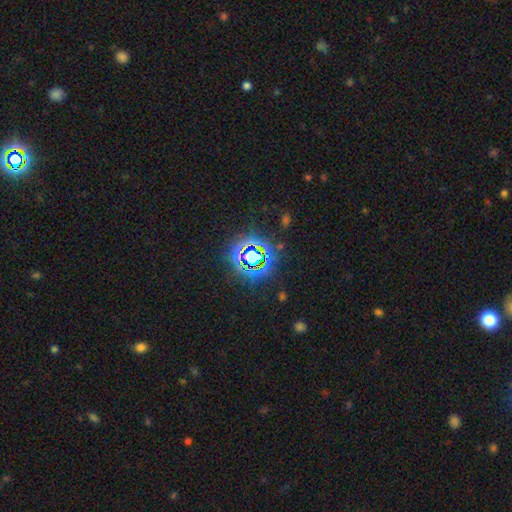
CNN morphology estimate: Smooth or featured? star or artifact (81%)